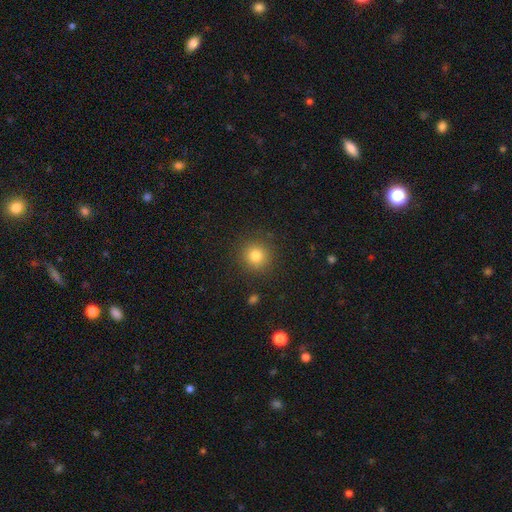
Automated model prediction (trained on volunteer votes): Q: Smooth or featured?
A: smooth (81%); runner-up: star or artifact (13%)
Q: How rounded?
A: round (93%); runner-up: in between (7%)
Q: Merging?
A: none (89%); runner-up: minor disturbance (7%)